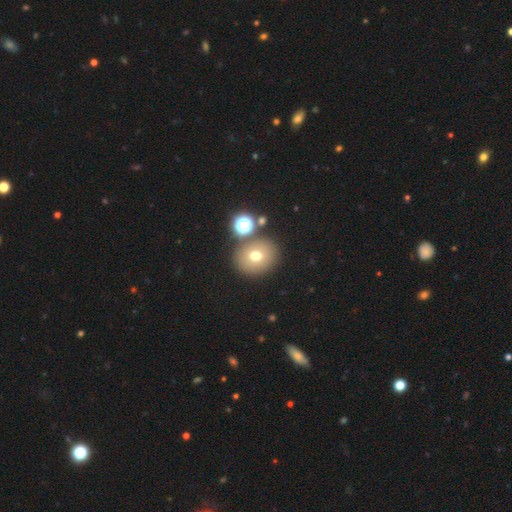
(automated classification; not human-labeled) Smooth or featured? Predicted: smooth (p=0.68). How rounded? Predicted: round (p=0.74). Merging? Predicted: none (p=0.77).